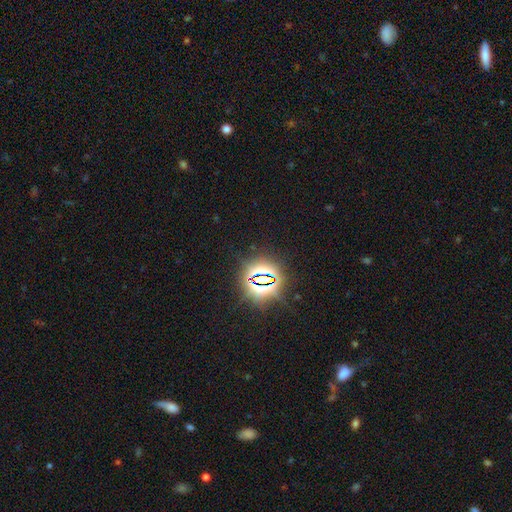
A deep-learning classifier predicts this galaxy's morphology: type=star or artifact (82%).